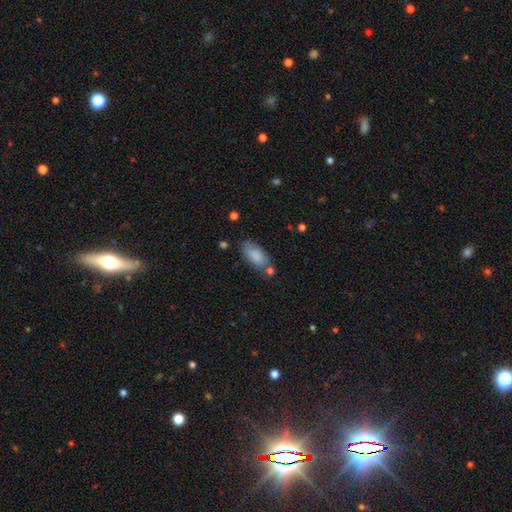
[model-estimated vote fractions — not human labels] Morphology: type=smooth (86%); roundness=in between (88%); merging=none (69%).